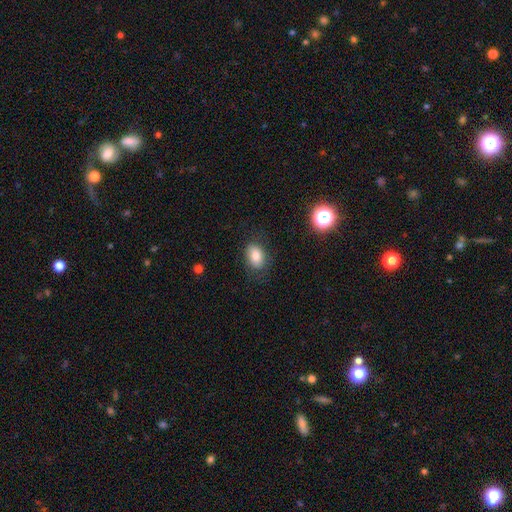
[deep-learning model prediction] Smooth or featured? smooth (81%)
How rounded? in between (82%)
Merging? none (76%)